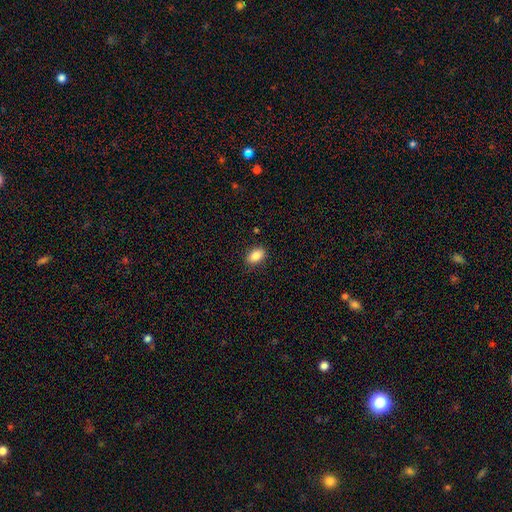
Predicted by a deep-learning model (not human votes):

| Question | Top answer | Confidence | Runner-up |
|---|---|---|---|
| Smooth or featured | smooth | 86% | star or artifact (8%) |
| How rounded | in between | 87% | round (11%) |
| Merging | none | 87% | minor disturbance (9%) |